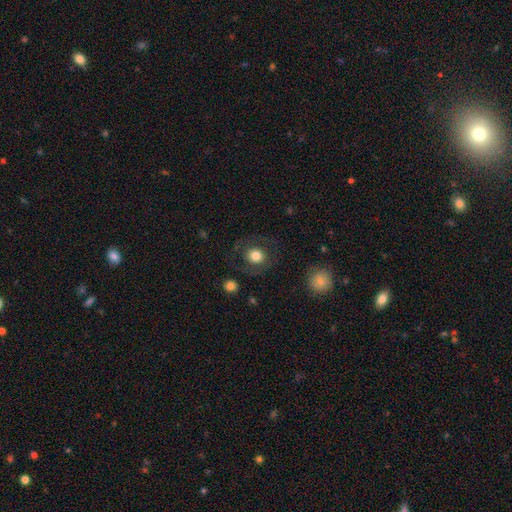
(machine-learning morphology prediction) type=smooth (73%); roundness=round (83%); merging=none (80%).